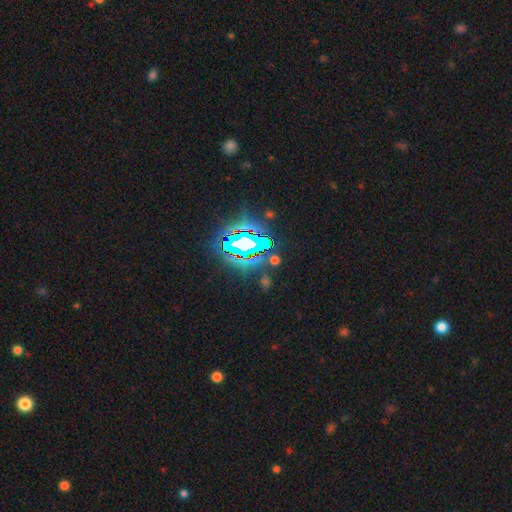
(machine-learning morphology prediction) Smooth or featured: star or artifact — 83% (smooth — 10%)